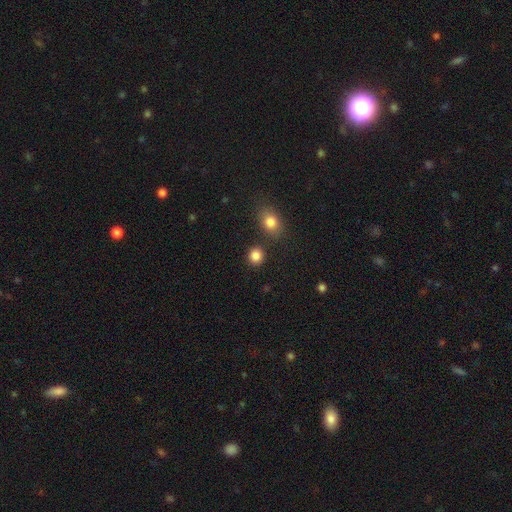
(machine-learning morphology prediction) Q: Smooth or featured?
A: smooth (86%); runner-up: star or artifact (11%)
Q: How rounded?
A: round (85%); runner-up: in between (14%)
Q: Merging?
A: none (84%); runner-up: minor disturbance (7%)